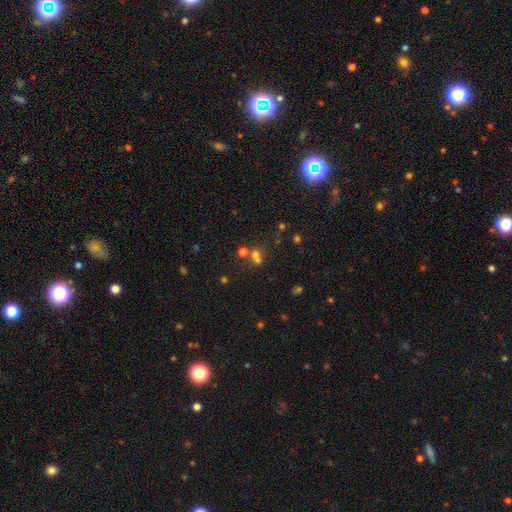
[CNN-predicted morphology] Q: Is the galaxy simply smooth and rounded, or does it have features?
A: smooth — 56%.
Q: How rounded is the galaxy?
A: round — 75%.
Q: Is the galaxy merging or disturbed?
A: merger — 46%.